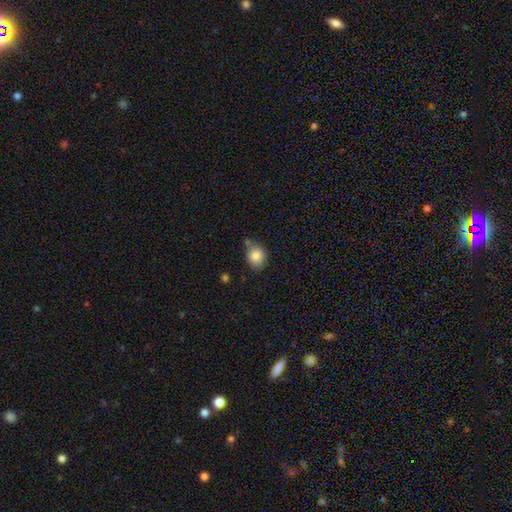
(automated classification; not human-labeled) Smooth or featured? smooth (85%)
How rounded? round (56%)
Merging? none (68%)